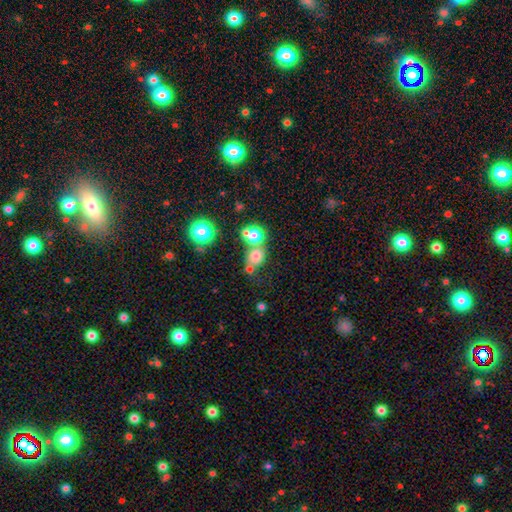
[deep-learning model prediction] smooth-or-featured: smooth: 68% | star or artifact: 21% | featured or disk: 12%
  how-rounded: round: 71% | in between: 27% | cigar-shaped: 1%
  merging: none: 50% | merger: 34% | minor disturbance: 10% | major disturbance: 6%